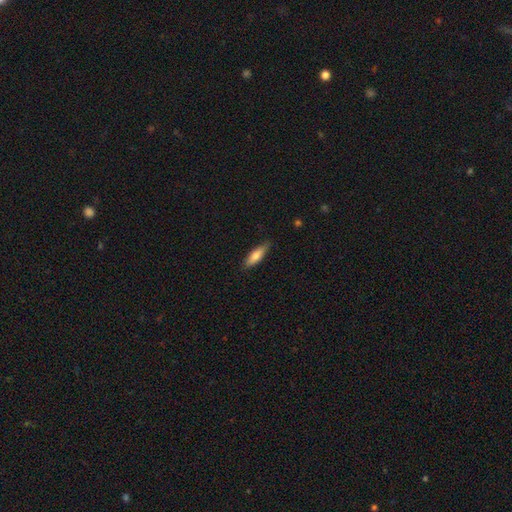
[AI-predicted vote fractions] Overall: smooth (68%). How rounded: cigar-shaped (58%; in between 40%). Merging: none (84%).